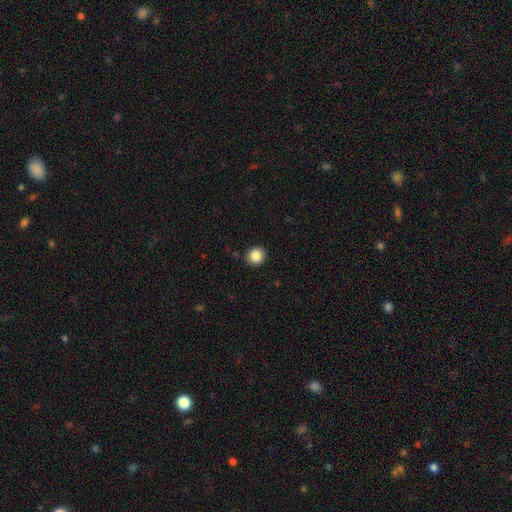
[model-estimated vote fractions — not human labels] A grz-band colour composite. It shows a smooth galaxy with no disk features (86%) that is round (90%). Merging: none (91%).